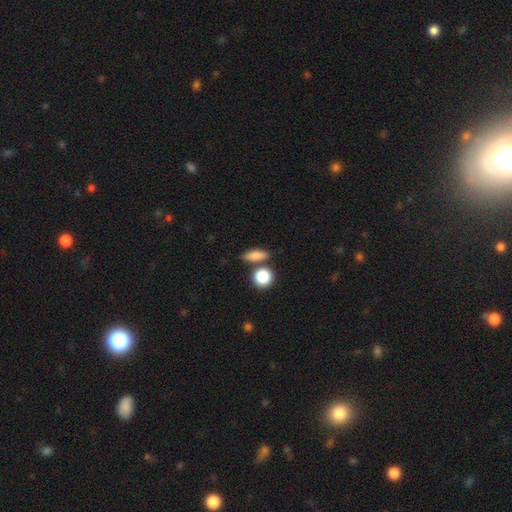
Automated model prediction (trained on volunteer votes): Morphology: type=smooth (79%); roundness=in between (52%); merging=none (71%).